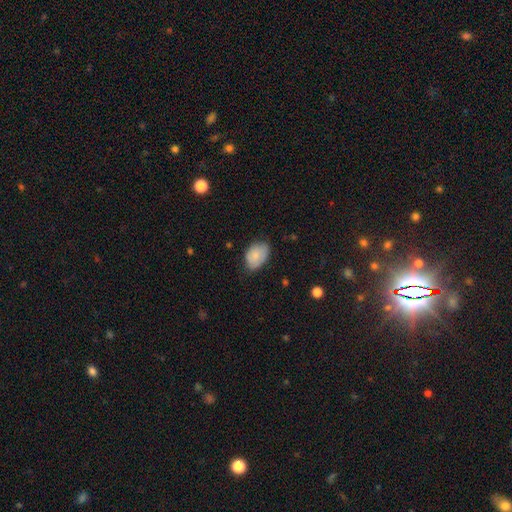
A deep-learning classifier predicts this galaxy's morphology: Smooth or featured? smooth (80%)
How rounded? in between (86%)
Merging? none (64%)